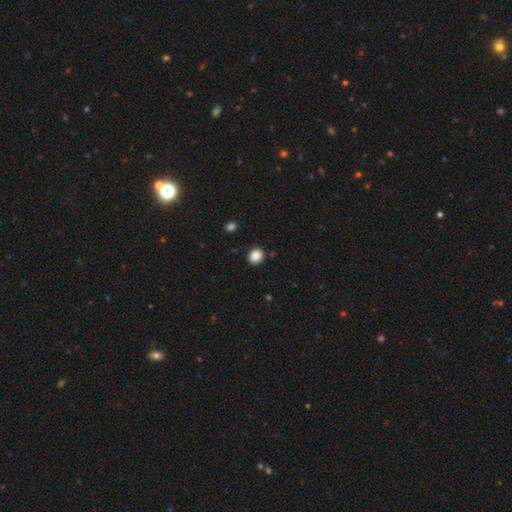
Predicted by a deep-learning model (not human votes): Morphology: type=smooth (87%); roundness=round (67%); merging=none (89%).